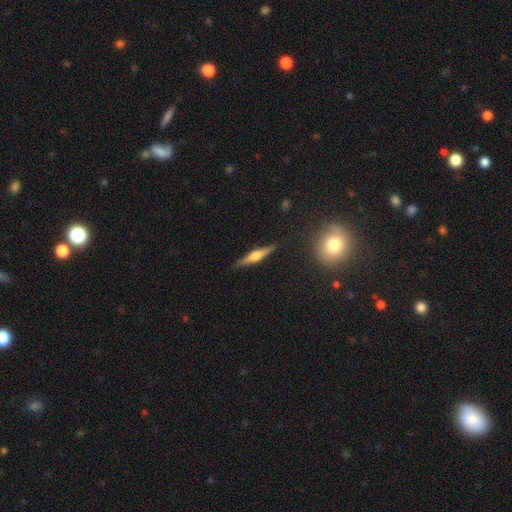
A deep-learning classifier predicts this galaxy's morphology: type=featured or disk (67%); edge-on=yes (97%); edge-on bulge=rounded (86%); merging=none (89%).